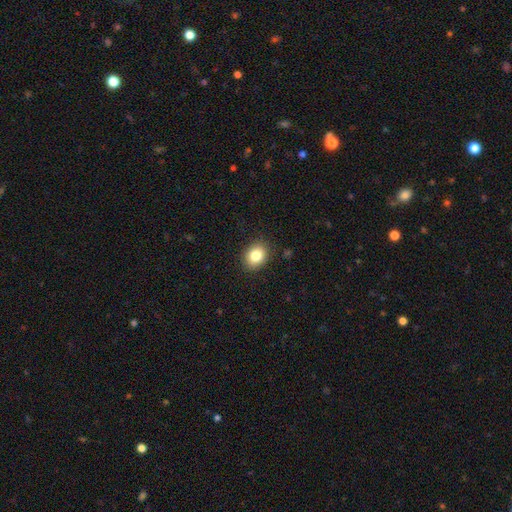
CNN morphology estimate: Smooth or featured?
  - smooth: 83% *
  - star or artifact: 9%
  - featured or disk: 8%
How rounded?
  - in between: 54% *
  - round: 45%
  - cigar-shaped: 1%
Merging?
  - none: 88% *
  - minor disturbance: 9%
  - major disturbance: 2%
  - merger: 1%